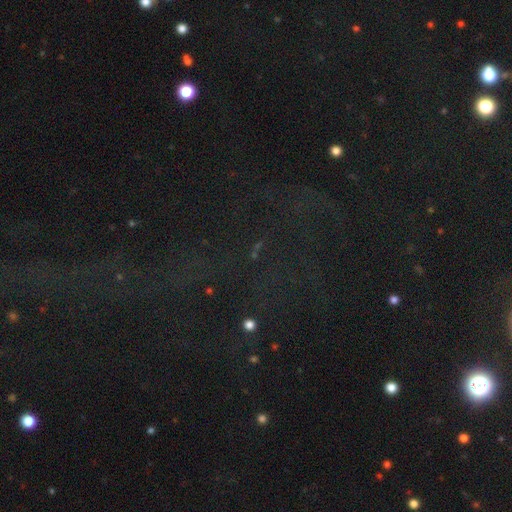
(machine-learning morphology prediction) Overall: star or artifact (72%).